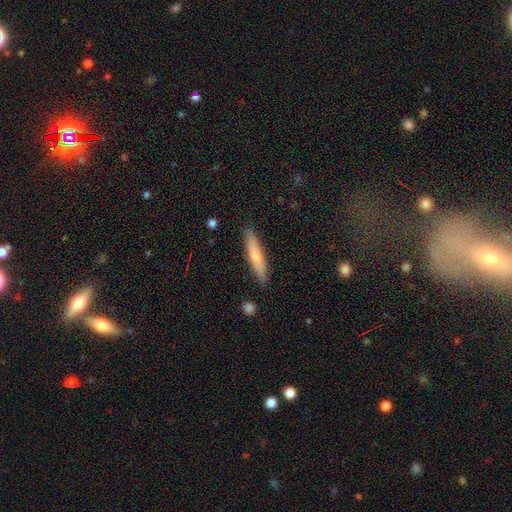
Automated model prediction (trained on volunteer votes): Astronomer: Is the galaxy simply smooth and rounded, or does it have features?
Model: smooth — 65%.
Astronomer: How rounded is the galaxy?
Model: cigar-shaped — 88%.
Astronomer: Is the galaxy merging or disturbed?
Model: none — 88%.